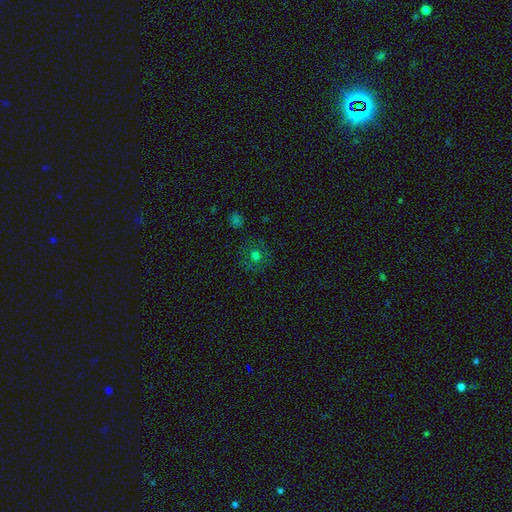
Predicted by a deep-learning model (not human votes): smooth-or-featured: smooth: 61% | star or artifact: 23% | featured or disk: 17%
  how-rounded: round: 84% | in between: 15% | cigar-shaped: 1%
  merging: none: 80% | minor disturbance: 12% | major disturbance: 6% | merger: 2%